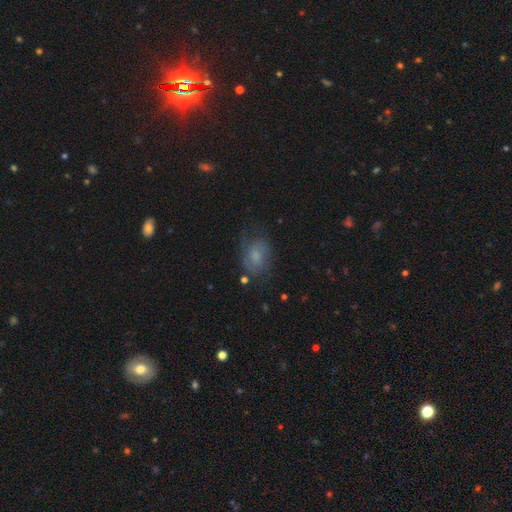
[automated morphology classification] type=smooth (50%); roundness=in between (74%); merging=none (57%).